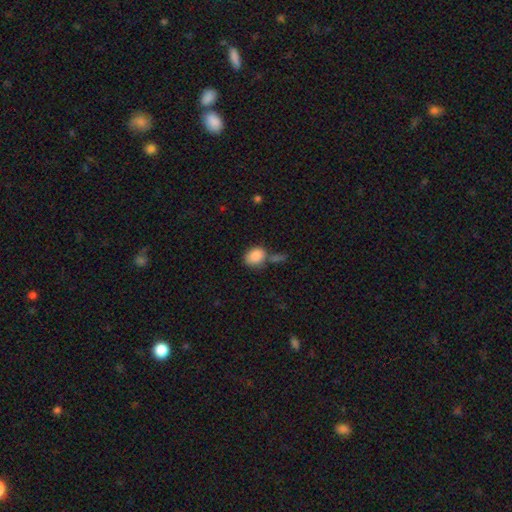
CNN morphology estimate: A smooth galaxy with no disk features (86%) that is in between round and cigar-shaped (64%). Merging: none (55%).